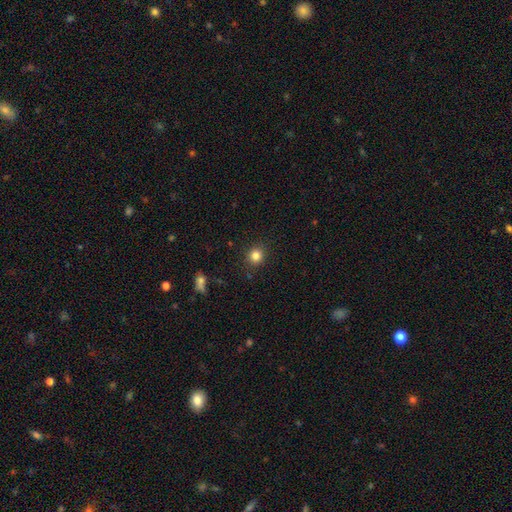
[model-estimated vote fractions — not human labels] smooth 83%, star or artifact 12%, featured or disk 5%. Down the decision tree: how rounded — round (85%); merging — none (89%).